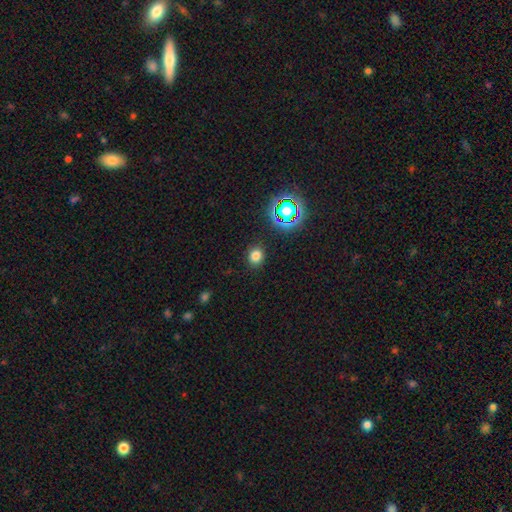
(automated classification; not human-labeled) The model was most divided on "how rounded": round: 74%, in between: 25%, cigar-shaped: 1%. More confident: merging — none (88%); smooth or featured — smooth (76%).